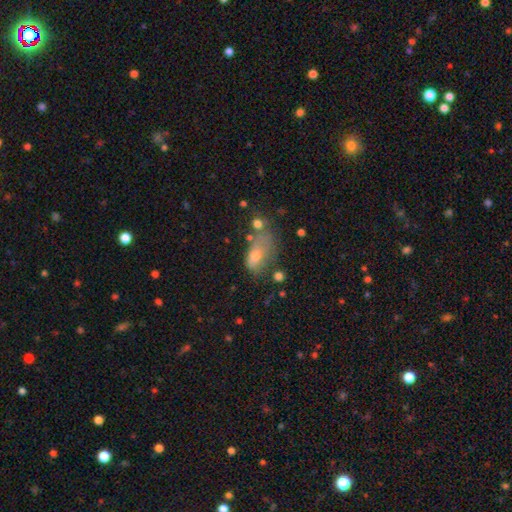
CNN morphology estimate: Smooth or featured: smooth — 62% (featured or disk — 25%)
How rounded: in between — 87% (round — 8%)
Merging: none — 30% (major disturbance — 28%)